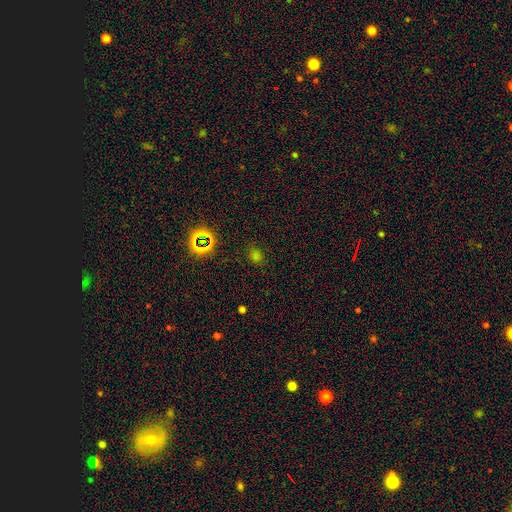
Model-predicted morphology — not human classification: Overall: smooth (52%; star or artifact 42%). How rounded: round (64%; in between 34%). Merging: none (81%).